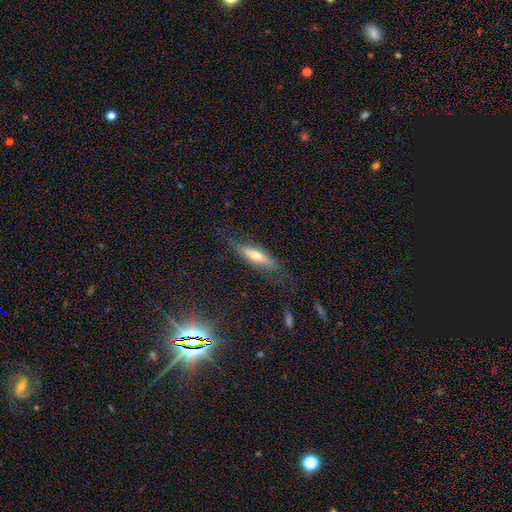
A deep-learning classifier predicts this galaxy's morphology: featured or disk 46% (tied), smooth 46% (tied), star or artifact 8%. Down the decision tree: merging — none (74%).